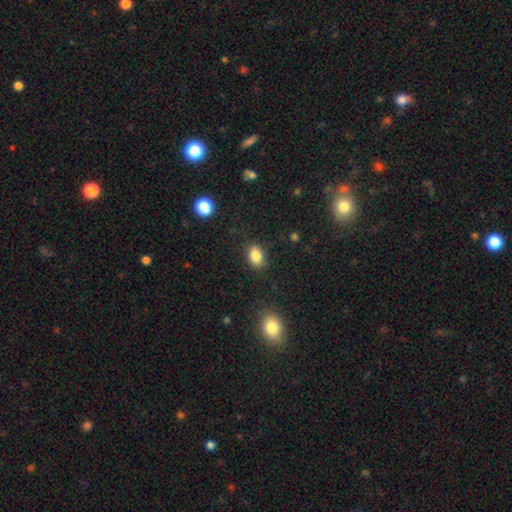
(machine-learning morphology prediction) Smooth or featured?
  - smooth: 85% *
  - star or artifact: 10%
  - featured or disk: 6%
How rounded?
  - in between: 77% *
  - round: 21%
  - cigar-shaped: 1%
Merging?
  - none: 83% *
  - minor disturbance: 12%
  - major disturbance: 3%
  - merger: 2%